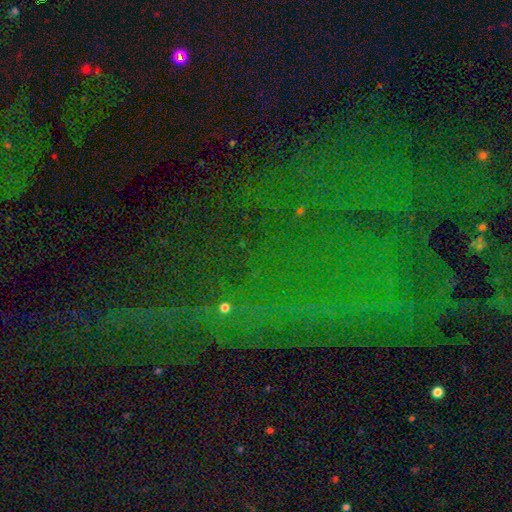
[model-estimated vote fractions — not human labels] A star or artifact, not a galaxy (80%).